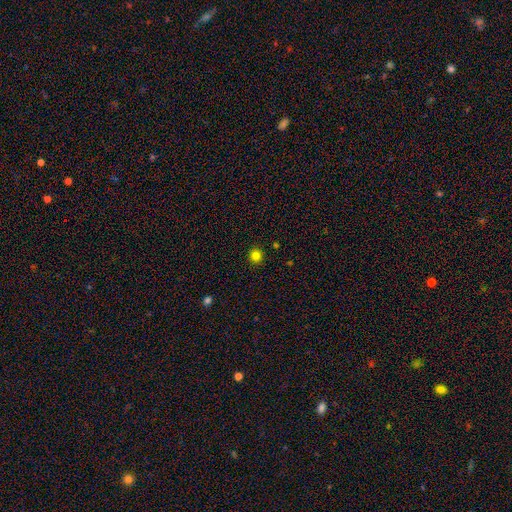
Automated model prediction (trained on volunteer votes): Smooth or featured? smooth (82%)
How rounded? round (93%)
Merging? none (92%)